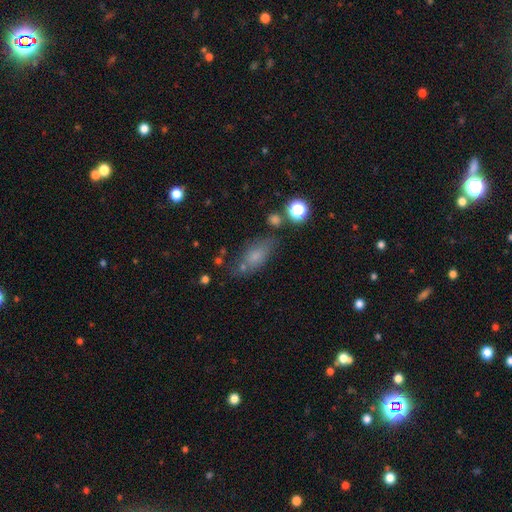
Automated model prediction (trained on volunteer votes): smooth_or_featured: smooth (p=0.69) [alt: featured or disk p=0.17]
how_rounded: in between (p=0.78) [alt: cigar-shaped p=0.13]
merging: none (p=0.60) [alt: minor disturbance p=0.21]